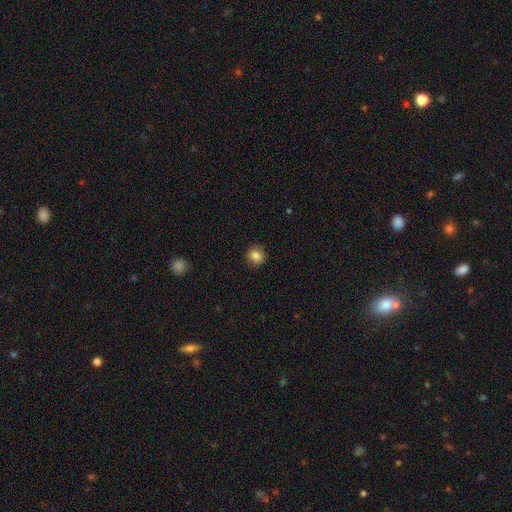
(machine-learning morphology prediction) Smooth or featured: smooth — 85% (star or artifact — 10%)
How rounded: round — 91% (in between — 9%)
Merging: none — 90% (minor disturbance — 7%)